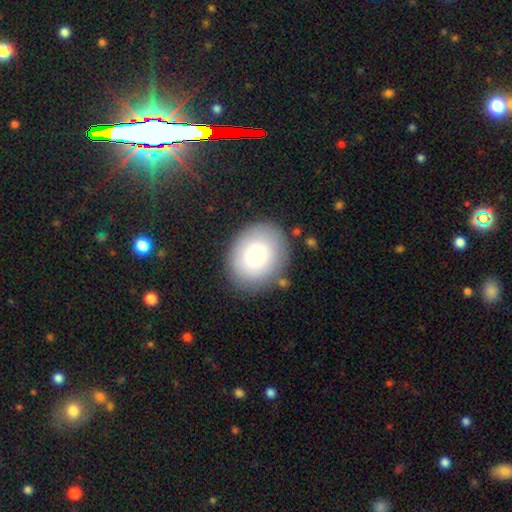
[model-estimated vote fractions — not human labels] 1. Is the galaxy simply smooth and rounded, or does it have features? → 78% smooth, 13% featured or disk, 8% star or artifact.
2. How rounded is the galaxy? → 63% round, 37% in between, 1% cigar-shaped.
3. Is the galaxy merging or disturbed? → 81% none, 12% minor disturbance, 4% major disturbance, 3% merger.